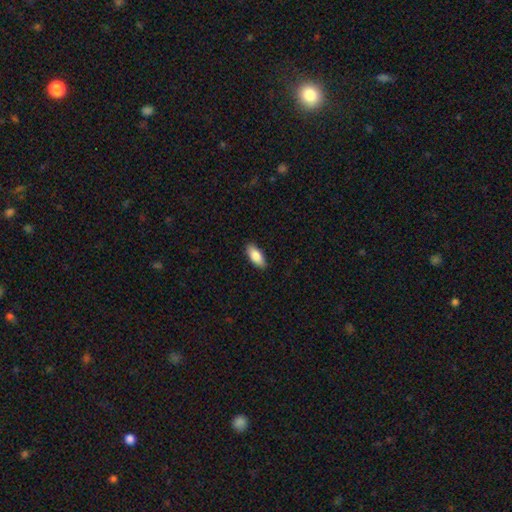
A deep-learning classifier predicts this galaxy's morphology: Overall: smooth (85%). How rounded: in between (83%). Merging: none (87%).